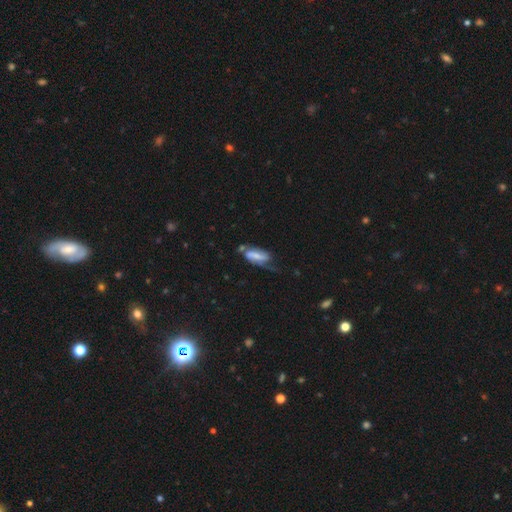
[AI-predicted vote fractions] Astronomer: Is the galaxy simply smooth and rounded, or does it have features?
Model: featured or disk — 61%.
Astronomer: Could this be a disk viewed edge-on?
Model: no — 90%.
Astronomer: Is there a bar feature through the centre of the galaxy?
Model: strong — 42% (runner-up: weak, 34%).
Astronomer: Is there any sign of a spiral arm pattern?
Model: yes — 83%.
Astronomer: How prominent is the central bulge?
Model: small — 42% (runner-up: moderate, 29%).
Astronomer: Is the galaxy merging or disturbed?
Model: none — 36% (runner-up: major disturbance, 28%).